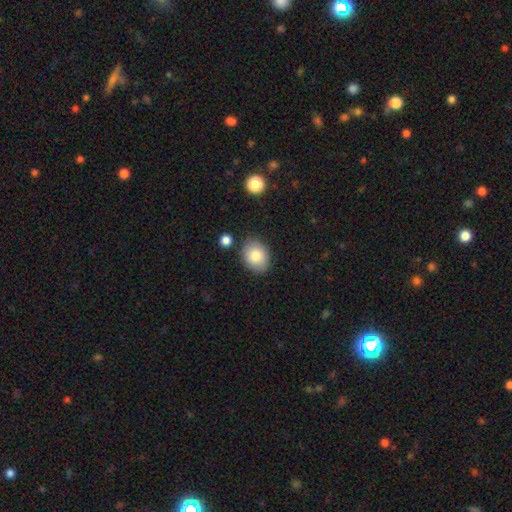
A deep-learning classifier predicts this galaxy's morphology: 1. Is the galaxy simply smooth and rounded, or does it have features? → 81% smooth, 11% featured or disk, 8% star or artifact.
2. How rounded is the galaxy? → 61% in between, 38% round, 1% cigar-shaped.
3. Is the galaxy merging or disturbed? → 82% none, 12% minor disturbance, 3% merger, 3% major disturbance.